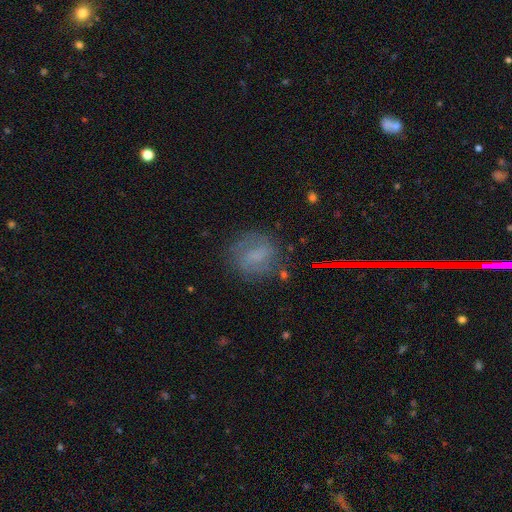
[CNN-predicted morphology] A featured or disk galaxy (45%). Merging: none (71%).